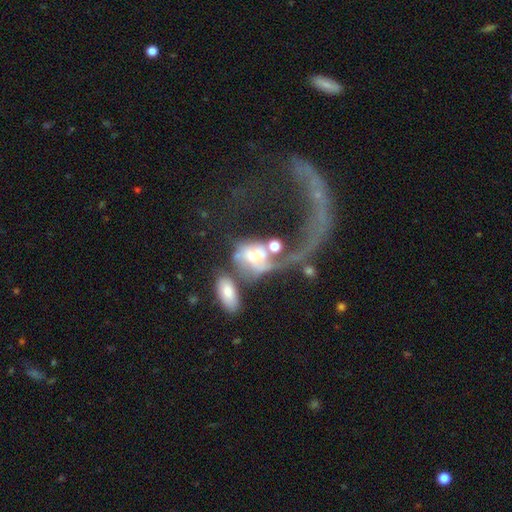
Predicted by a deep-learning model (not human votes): This appears to be a featured or disk galaxy (51%). Merging: major disturbance (44%).